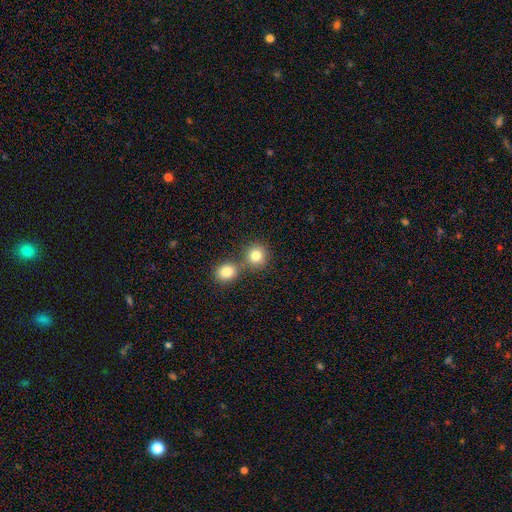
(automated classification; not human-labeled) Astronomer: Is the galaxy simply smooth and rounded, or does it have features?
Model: smooth — 82%.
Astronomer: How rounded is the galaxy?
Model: round — 87%.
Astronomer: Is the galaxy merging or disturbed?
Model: none — 59%.